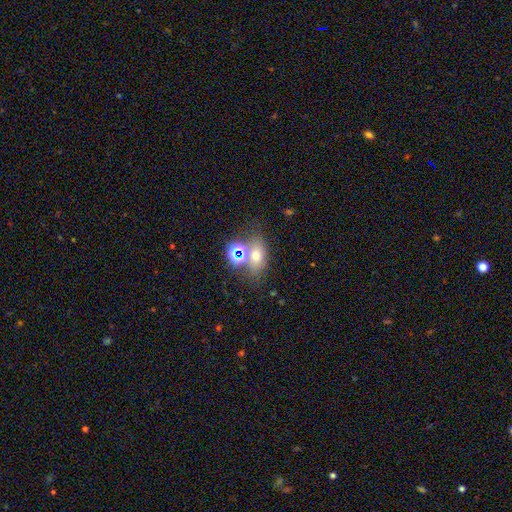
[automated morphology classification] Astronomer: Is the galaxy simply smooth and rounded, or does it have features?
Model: smooth — 59%.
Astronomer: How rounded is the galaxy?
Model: in between — 68%.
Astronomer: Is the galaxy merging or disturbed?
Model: none — 55%.